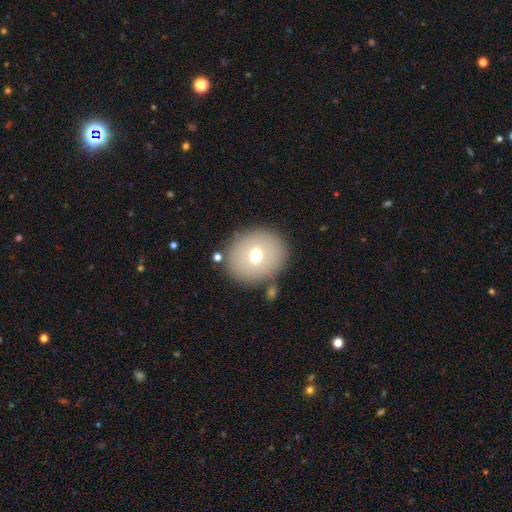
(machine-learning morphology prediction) smooth 68%, featured or disk 21%, star or artifact 10%. Down the decision tree: how rounded — round (78%); merging — none (83%).